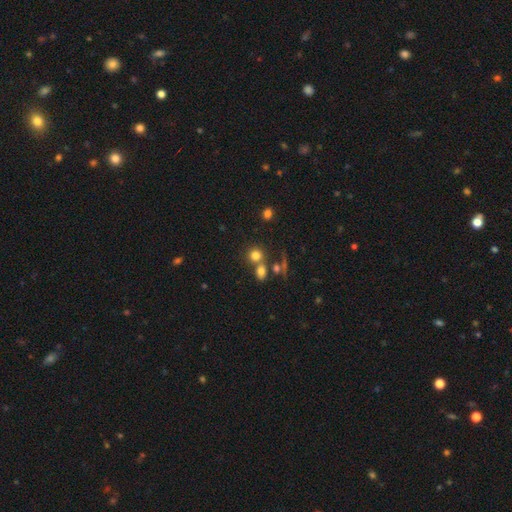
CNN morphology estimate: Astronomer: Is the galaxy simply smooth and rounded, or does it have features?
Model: smooth — 76%.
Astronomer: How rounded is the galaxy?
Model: round — 81%.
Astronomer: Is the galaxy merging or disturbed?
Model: none — 54% (runner-up: merger, 33%).